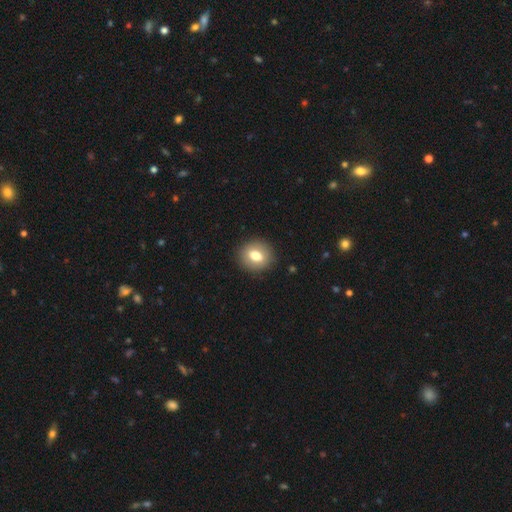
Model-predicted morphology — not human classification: Overall: smooth (75%). How rounded: round (68%; in between 31%). Merging: none (90%).